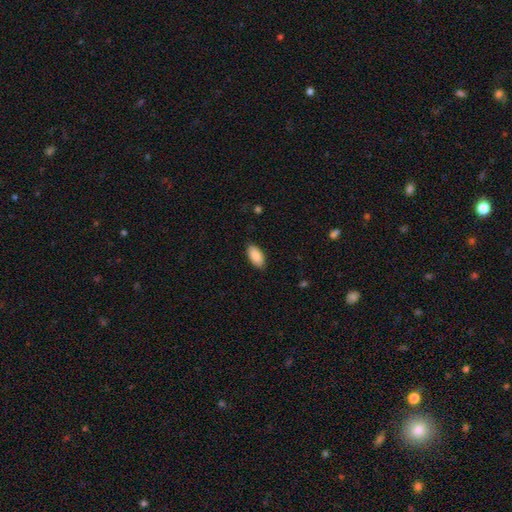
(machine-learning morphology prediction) smooth_or_featured: smooth (p=0.89) [alt: star or artifact p=0.06]
how_rounded: in between (p=0.94) [alt: cigar-shaped p=0.04]
merging: none (p=0.88) [alt: minor disturbance p=0.09]